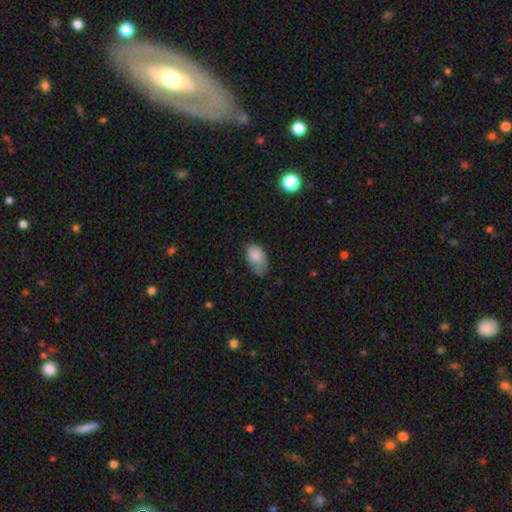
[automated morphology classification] Overall: smooth (82%). How rounded: in between (92%). Merging: none (45%; minor disturbance 39%).